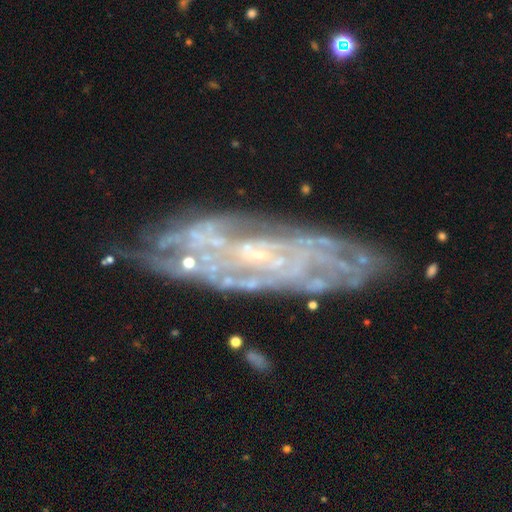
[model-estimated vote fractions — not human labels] smooth-or-featured: featured or disk: 80% | smooth: 11% | star or artifact: 9%
  disk-edge-on: no: 79% | yes: 21%
    bar: no: 58% | weak: 32% | strong: 10%
    has-spiral-arms: yes: 81% | no: 19%
      spiral-winding: tight: 65% | medium: 26% | loose: 9%
      spiral-arm-count: can't tell: 62% | 2: 11% | 3: 8% | 4: 7% | more than 4: 7% | 1: 5%
    bulge-size: small: 63% | moderate: 21% | none: 12% | large: 2% | dominant: 1%
  merging: none: 75% | minor disturbance: 16% | major disturbance: 6% | merger: 3%